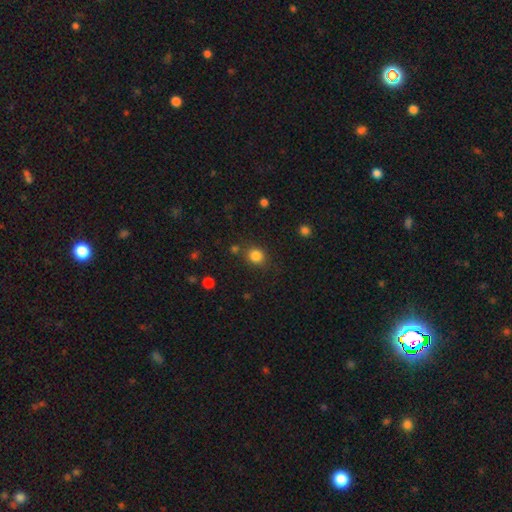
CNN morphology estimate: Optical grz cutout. It shows a smooth galaxy with no disk features (83%) that is round (80%). Merging: none (80%).